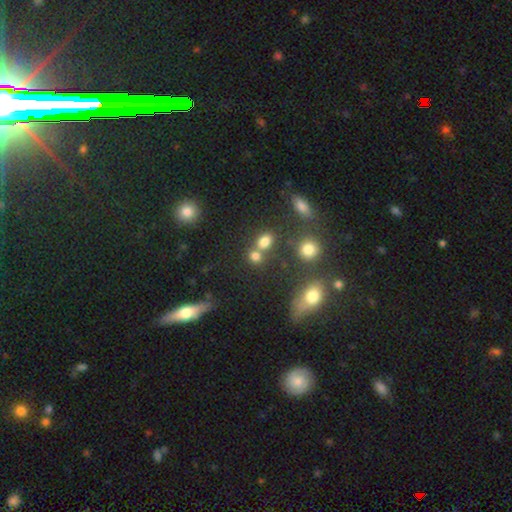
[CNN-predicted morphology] Smooth or featured? Predicted: smooth (p=0.72). How rounded? Predicted: round (p=0.60). Merging? Predicted: none (p=0.46).